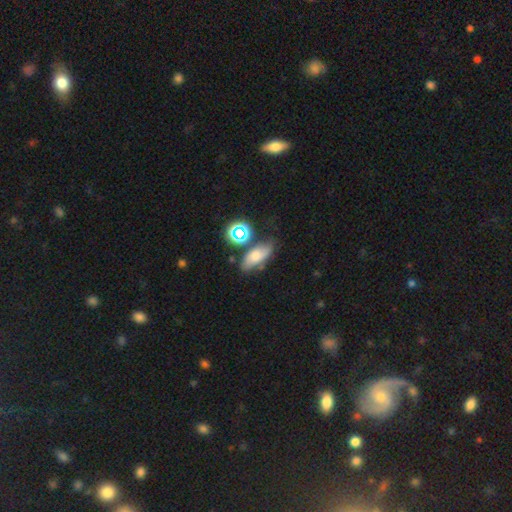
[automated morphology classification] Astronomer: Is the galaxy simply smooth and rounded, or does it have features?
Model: smooth — 51% (runner-up: featured or disk, 31%).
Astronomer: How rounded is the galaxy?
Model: in between — 70%.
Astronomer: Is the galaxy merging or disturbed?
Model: none — 58%.